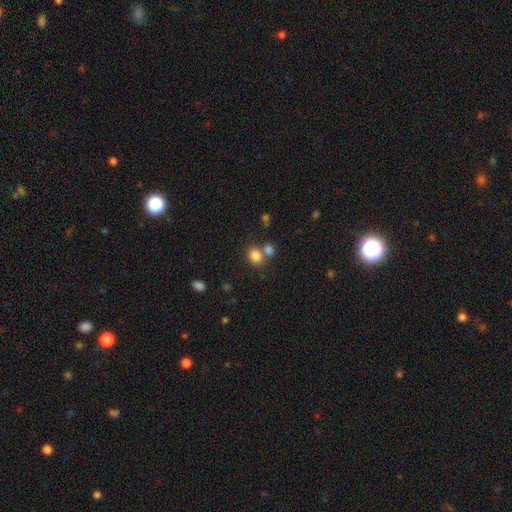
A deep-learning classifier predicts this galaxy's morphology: Smooth or featured? smooth (81%)
How rounded? round (50%)
Merging? none (51%)